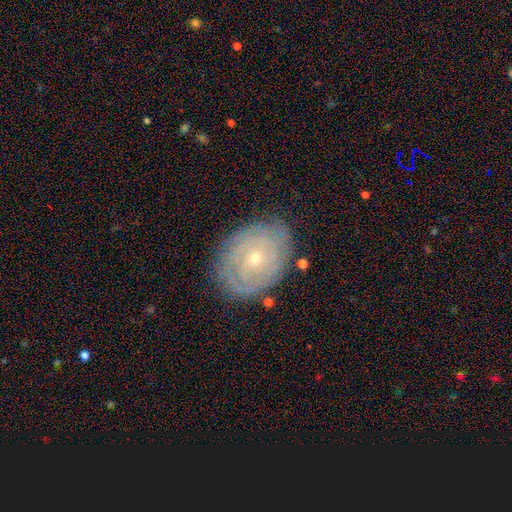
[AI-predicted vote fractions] This appears to be a featured or disk galaxy (71%) with no bar (75%), tight (80%) spiral arms (85%) and a small central bulge (65%). Merging: none (83%).